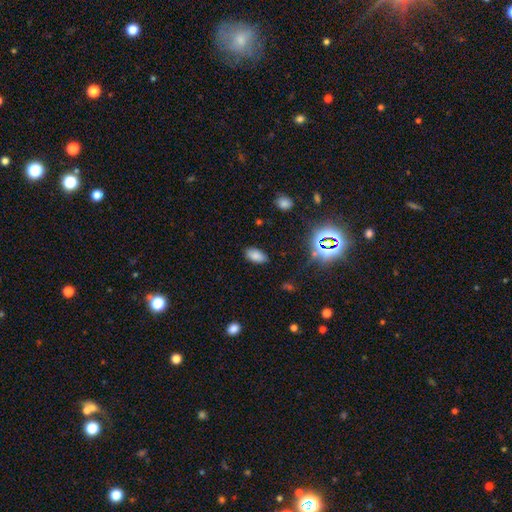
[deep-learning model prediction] smooth 78%, star or artifact 16%, featured or disk 6%. Down the decision tree: how rounded — in between (93%); merging — none (85%).